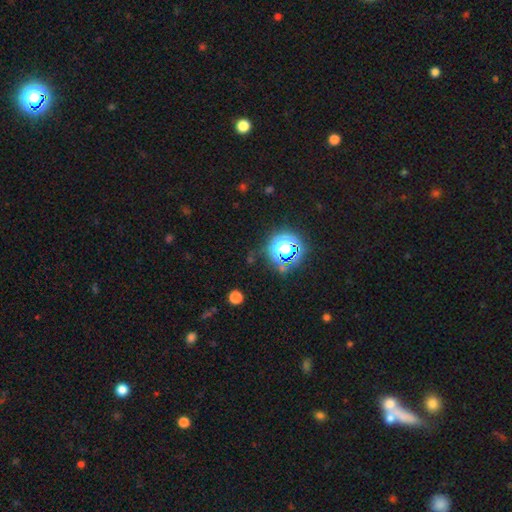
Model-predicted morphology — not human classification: A star or artifact, not a galaxy (74%).